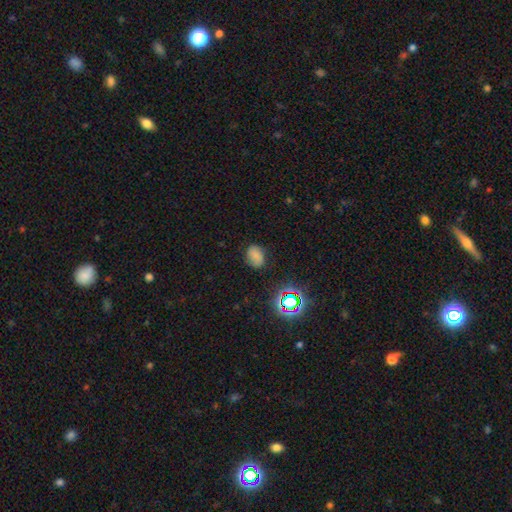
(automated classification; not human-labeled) A smooth galaxy with no disk features (65%) that is in between round and cigar-shaped (70%). Merging: none (76%).